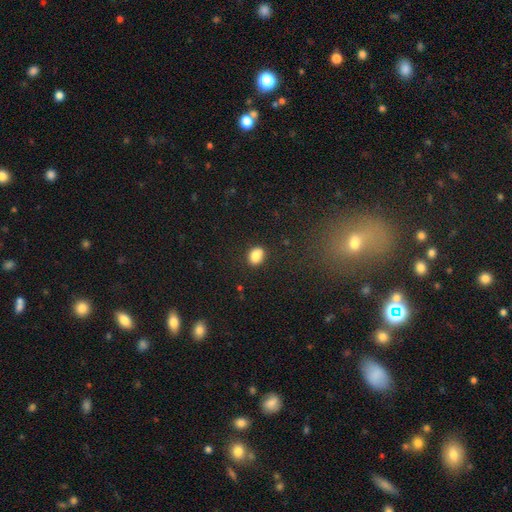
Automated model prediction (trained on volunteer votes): Morphology: type=smooth (84%); roundness=in between (60%); merging=none (74%).